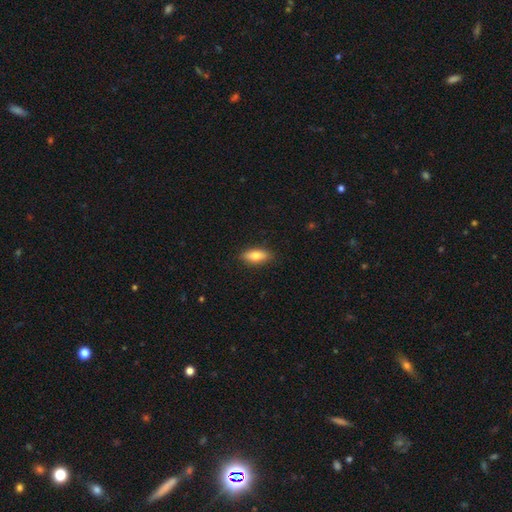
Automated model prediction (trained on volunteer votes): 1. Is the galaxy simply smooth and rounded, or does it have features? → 76% smooth, 18% featured or disk, 7% star or artifact.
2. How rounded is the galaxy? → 76% in between, 21% cigar-shaped, 3% round.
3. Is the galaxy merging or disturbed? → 88% none, 9% minor disturbance, 2% major disturbance, 1% merger.